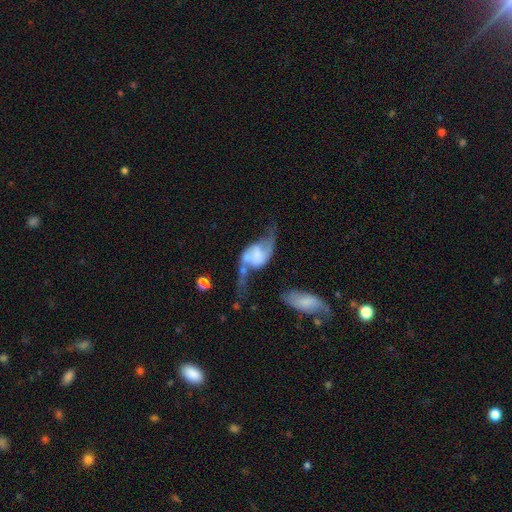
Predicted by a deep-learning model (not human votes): smooth_or_featured: featured or disk (p=0.79) [alt: smooth p=0.15]
disk_edge_on: no (p=0.94) [alt: yes p=0.06]
bar: no (p=0.47) [alt: weak p=0.33]
has_spiral_arms: yes (p=0.90) [alt: no p=0.10]
spiral_winding: loose (p=0.79) [alt: medium p=0.16]
spiral_arm_count: 2 (p=0.91) [alt: 1 p=0.03]
bulge_size: none (p=0.46) [alt: small p=0.21]
merging: none (p=0.35) [alt: major disturbance p=0.26]